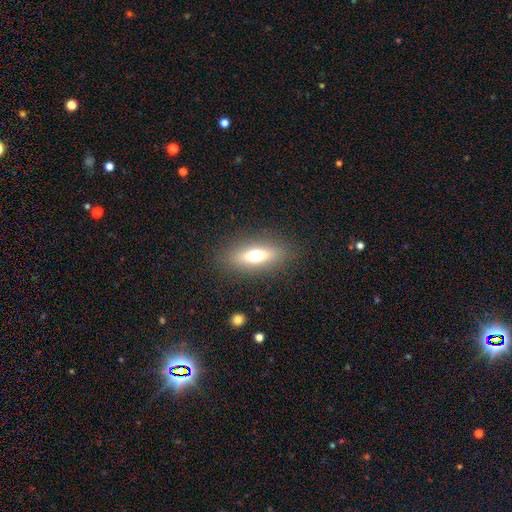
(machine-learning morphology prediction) Q: Smooth or featured?
A: smooth (58%); runner-up: featured or disk (32%)
Q: How rounded?
A: in between (56%); runner-up: cigar-shaped (39%)
Q: Merging?
A: none (86%); runner-up: minor disturbance (9%)